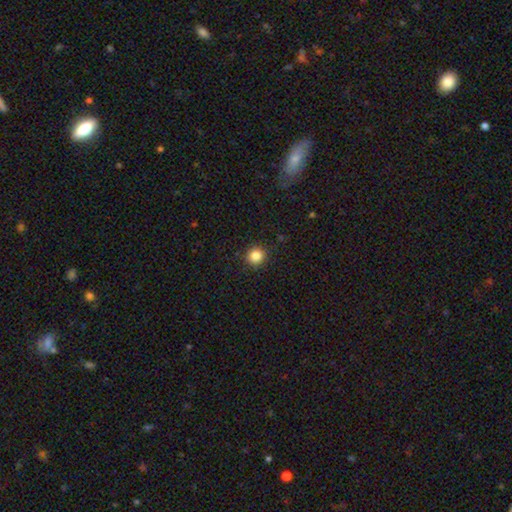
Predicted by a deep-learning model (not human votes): Smooth or featured? Predicted: smooth (p=0.84). How rounded? Predicted: round (p=0.92). Merging? Predicted: none (p=0.91).